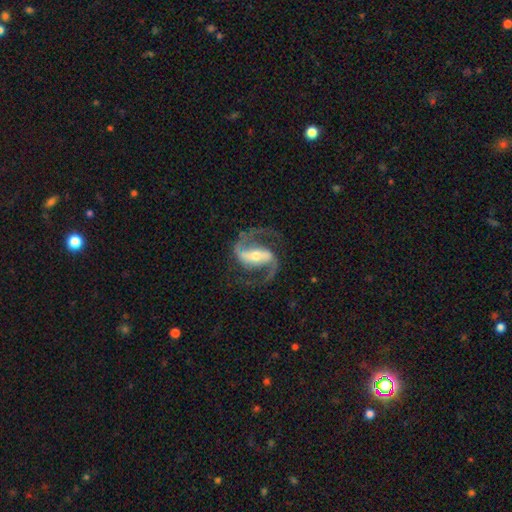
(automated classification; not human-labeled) Smooth or featured? featured or disk (92%)
Edge-on disk? no (97%)
Bar? strong (62%)
Spiral arms? yes (98%)
Spiral winding? medium (61%)
Spiral arm count? 2 (94%)
Bulge size? moderate (53%)
Merging? none (80%)